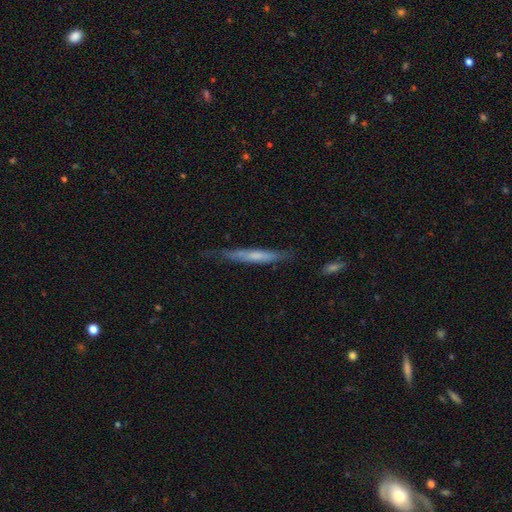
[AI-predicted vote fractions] A smooth galaxy with no disk features (52%) that is cigar-shaped (94%).

Vote fractions:
- Smooth or featured? smooth: 52% / featured or disk: 42% / star or artifact: 6%
- How rounded? cigar-shaped: 94% / in between: 5% / round: 1%
- Merging? none: 71% / minor disturbance: 22% / major disturbance: 5% / merger: 2%